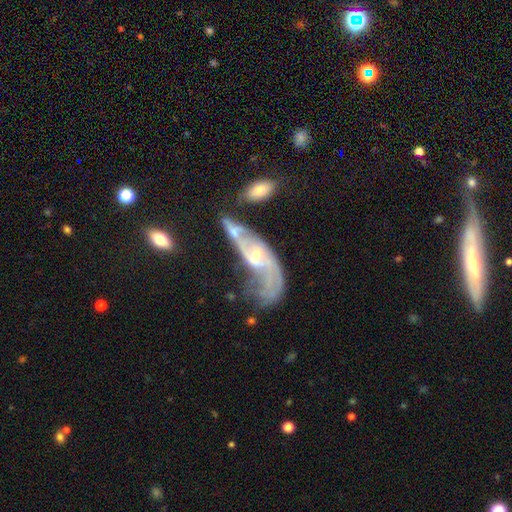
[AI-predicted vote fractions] A featured or disk galaxy (76%) with no bar (59%), 2 (48%) loose (49%) spiral arms (78%) and a small central bulge (51%).

Vote fractions:
- Smooth or featured? featured or disk: 76% / smooth: 15% / star or artifact: 8%
- Edge-on disk? no: 89% / yes: 11%
- Bar? no: 59% / weak: 32% / strong: 9%
- Spiral arms? yes: 78% / no: 22%
- Spiral winding? loose: 49% / medium: 32% / tight: 19%
- Spiral arm count? 2: 48% / can't tell: 27% / 1: 15% / 3: 5% / 4: 2% / more than 4: 2%
- Bulge size? small: 51% / moderate: 43% / none: 3% / large: 2% / dominant: 1%
- Merging? major disturbance: 32% / merger: 29% / none: 24% / minor disturbance: 16%